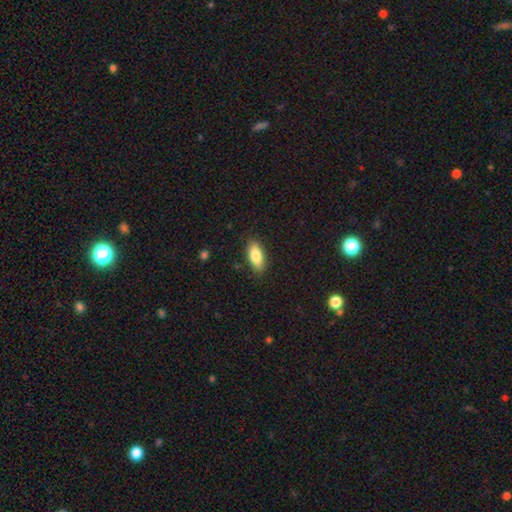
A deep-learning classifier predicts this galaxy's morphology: This is clearly a smooth galaxy (81%). How rounded: likely in between (80%). Merging: clearly none (86%).